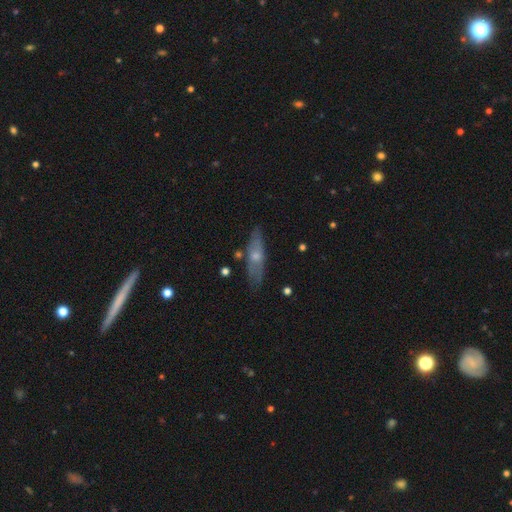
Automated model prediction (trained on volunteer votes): Smooth or featured: featured or disk — 50% (smooth — 44%)
Merging: none — 77% (minor disturbance — 17%)